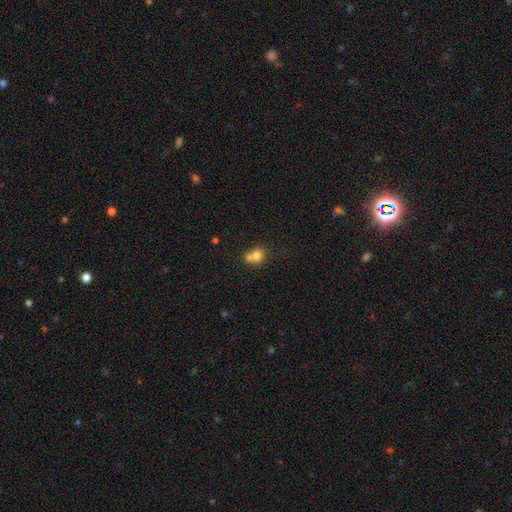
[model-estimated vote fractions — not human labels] smooth_or_featured: smooth (p=0.75) [alt: featured or disk p=0.14]
how_rounded: round (p=0.72) [alt: in between p=0.27]
merging: merger (p=0.54) [alt: none p=0.34]